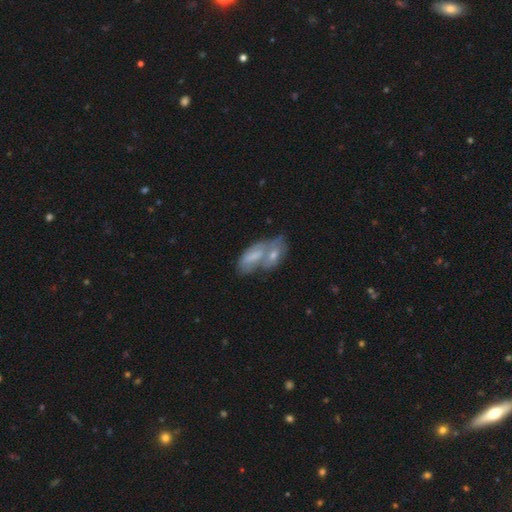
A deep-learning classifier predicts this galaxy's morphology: Smooth or featured? smooth (54%)
How rounded? in between (84%)
Merging? merger (65%)